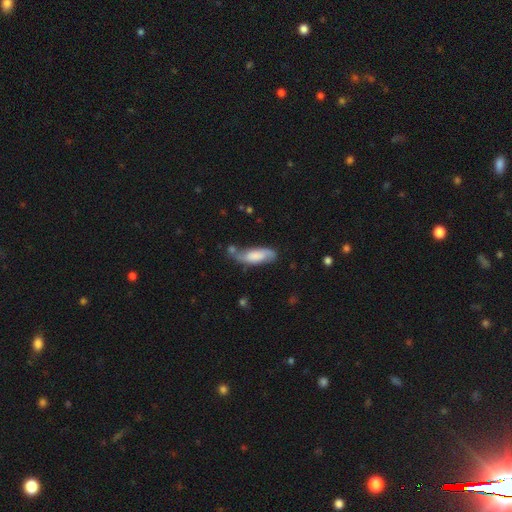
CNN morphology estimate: smooth 57%, featured or disk 36%, star or artifact 7%. Down the decision tree: how rounded — in between (61%); merging — none (48%).